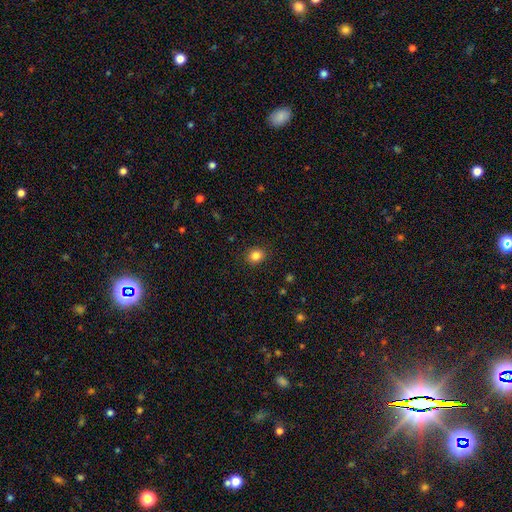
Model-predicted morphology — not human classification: This is clearly a smooth galaxy (84%). How rounded: likely round (67%). Merging: clearly none (90%).